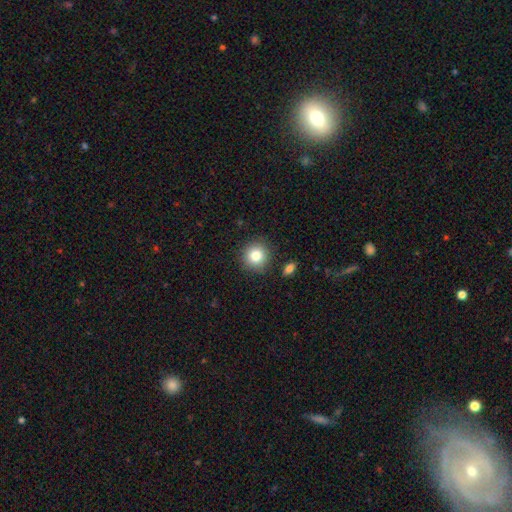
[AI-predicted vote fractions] smooth 82%, star or artifact 10%, featured or disk 8%. Down the decision tree: how rounded — round (92%); merging — none (87%).